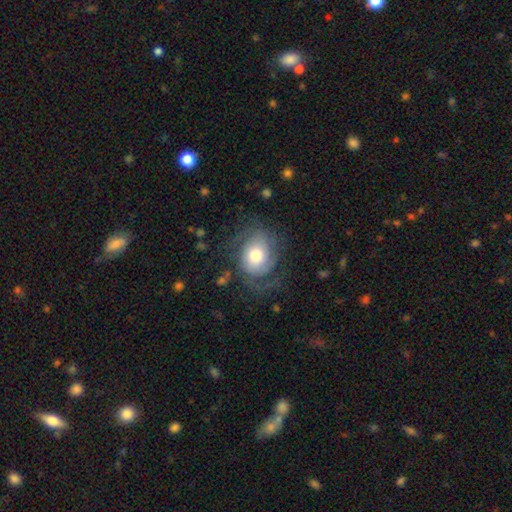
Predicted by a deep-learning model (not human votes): Overall: featured or disk (59%; smooth 33%). Edge-on disk: no (97%). Bar: no (78%). Spiral arms: yes (85%). Bulge size: moderate (57%; large 29%). Merging: none (56%; major disturbance 22%).